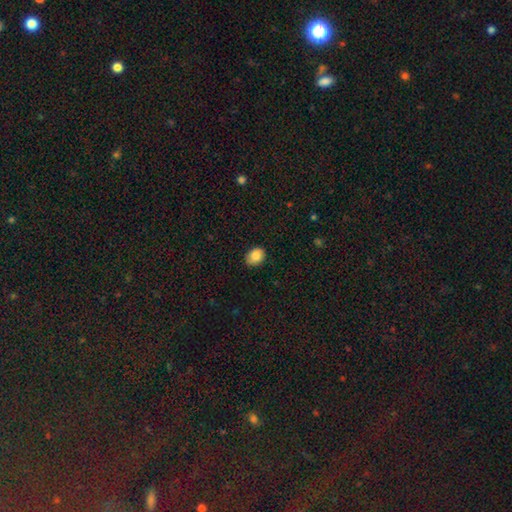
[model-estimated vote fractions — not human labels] This appears to be a smooth galaxy with no disk features (87%) that is in between round and cigar-shaped (59%). Merging: none (85%).